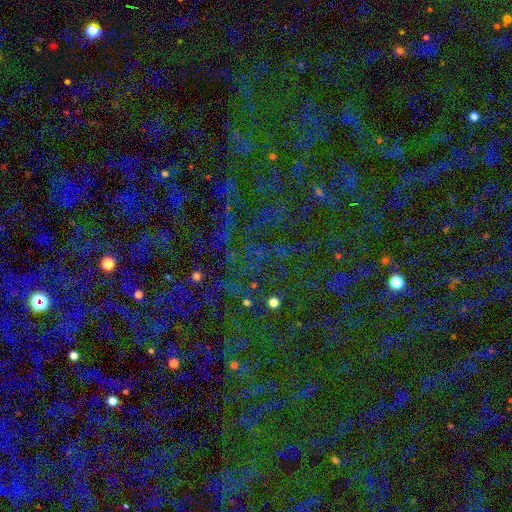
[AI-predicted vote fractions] Overall: star or artifact (74%).